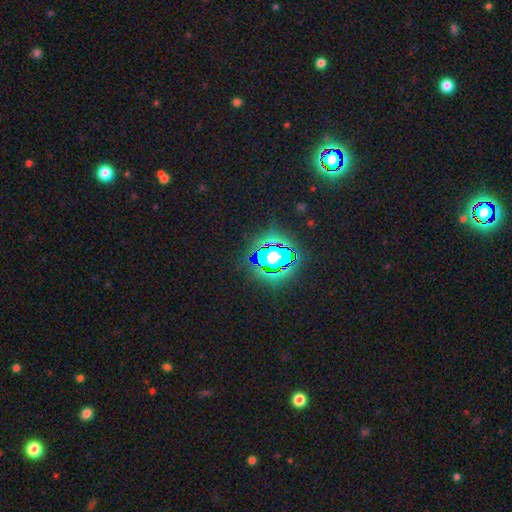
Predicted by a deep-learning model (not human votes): A star or artifact, not a galaxy (83%).

Vote fractions:
- Smooth or featured? star or artifact: 83% / smooth: 11% / featured or disk: 6%